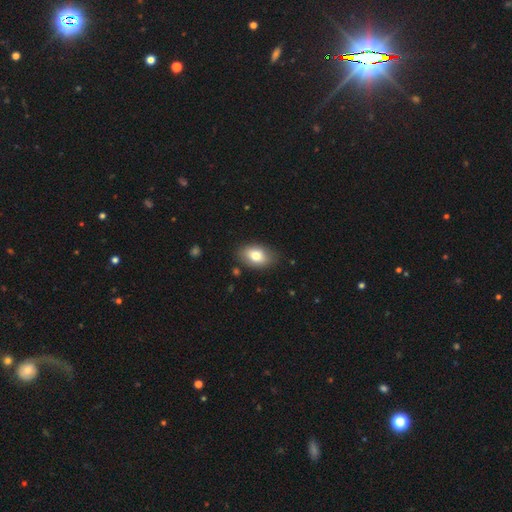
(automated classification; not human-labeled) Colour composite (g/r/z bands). It shows a smooth galaxy with no disk features (76%) that is in between round and cigar-shaped (86%). Merging: none (83%).